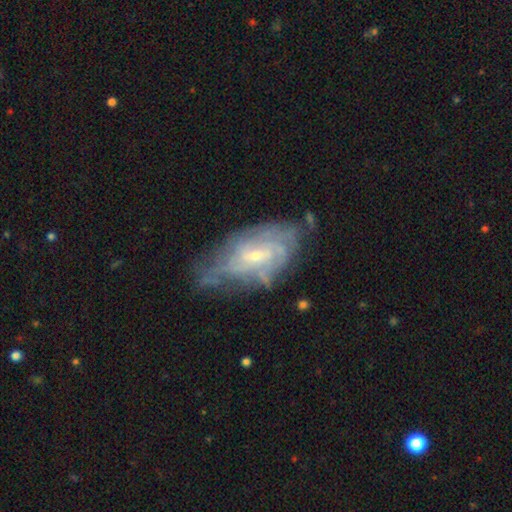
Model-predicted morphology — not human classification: Smooth or featured?
  - featured or disk: 77% *
  - smooth: 16%
  - star or artifact: 7%
Edge-on disk?
  - no: 92% *
  - yes: 8%
Bar?
  - no: 47% *
  - weak: 43%
  - strong: 9%
Spiral arms?
  - yes: 80% *
  - no: 20%
Spiral winding?
  - tight: 58% *
  - medium: 32%
  - loose: 10%
Spiral arm count?
  - can't tell: 58% *
  - 2: 14%
  - 4: 10%
  - 3: 9%
  - more than 4: 5%
  - 1: 4%
Bulge size?
  - small: 68% *
  - moderate: 27%
  - none: 2%
  - large: 1%
  - dominant: 1%
Merging?
  - none: 50% *
  - minor disturbance: 30%
  - major disturbance: 17%
  - merger: 3%